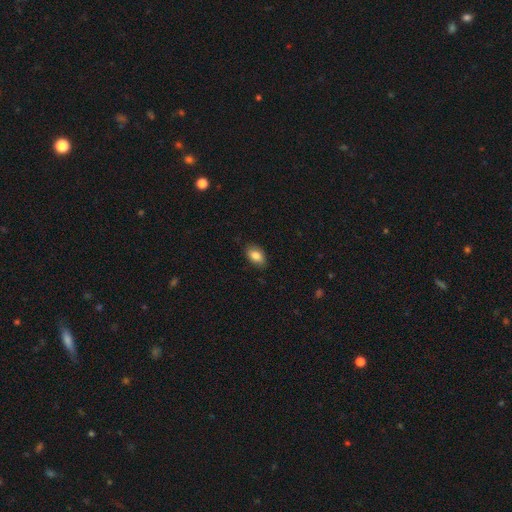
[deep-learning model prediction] Q: Smooth or featured?
A: smooth (84%); runner-up: featured or disk (8%)
Q: How rounded?
A: in between (89%); runner-up: round (9%)
Q: Merging?
A: none (83%); runner-up: minor disturbance (13%)